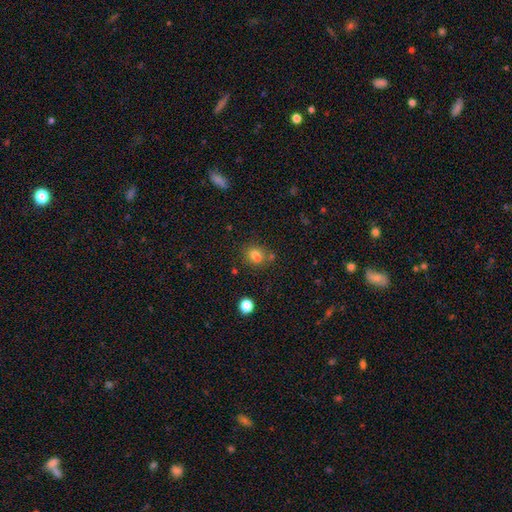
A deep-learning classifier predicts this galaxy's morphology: The model was most divided on "how rounded": round: 54%, in between: 45%, cigar-shaped: 1%. More confident: smooth or featured — smooth (79%); merging — none (66%).